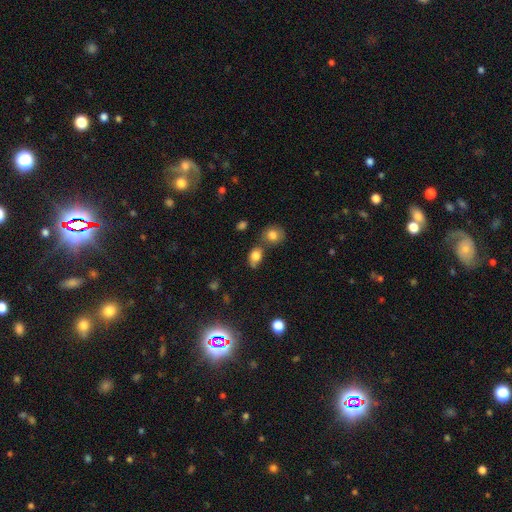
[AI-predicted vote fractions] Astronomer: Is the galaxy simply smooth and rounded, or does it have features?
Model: smooth — 79%.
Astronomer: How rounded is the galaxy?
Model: in between — 70%.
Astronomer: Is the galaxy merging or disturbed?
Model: none — 47% (runner-up: merger, 27%).